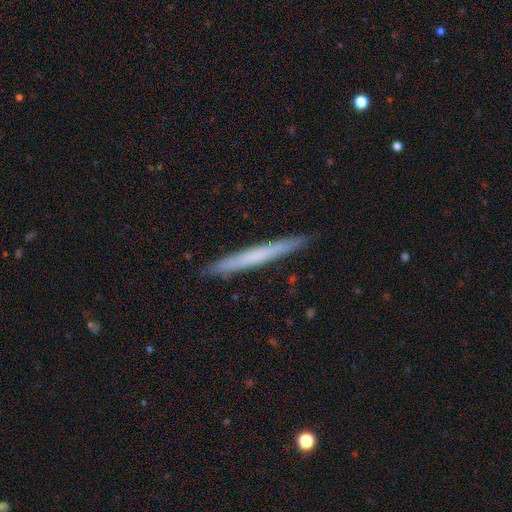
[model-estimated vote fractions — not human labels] A smooth galaxy with no disk features (56%) that is cigar-shaped (97%). Merging: none (91%).